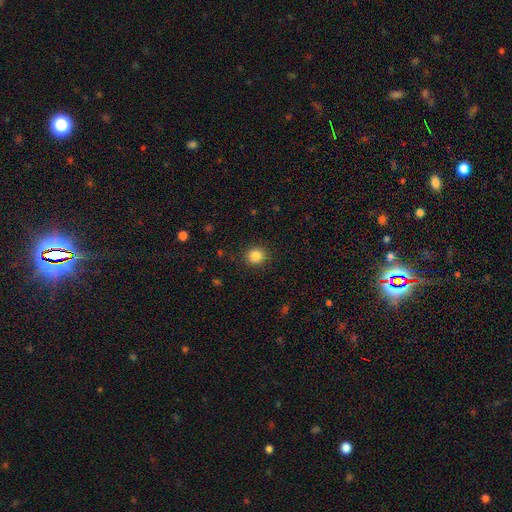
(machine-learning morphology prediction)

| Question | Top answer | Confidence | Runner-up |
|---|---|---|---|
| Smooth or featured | smooth | 85% | star or artifact (11%) |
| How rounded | round | 88% | in between (11%) |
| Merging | none | 90% | minor disturbance (7%) |